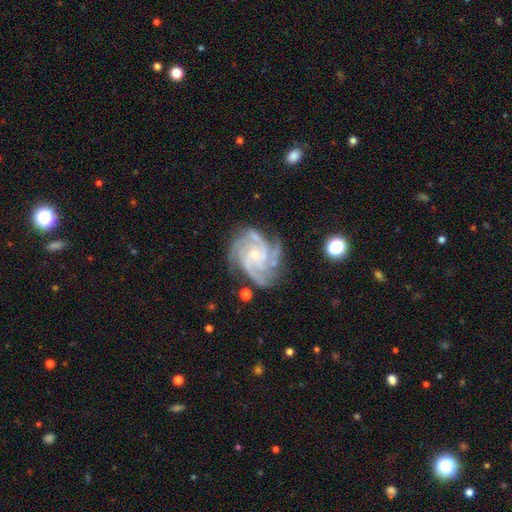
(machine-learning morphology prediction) A featured or disk galaxy (91%) with no bar (71%), 4 (44%) tight (60%) spiral arms (98%) and a small central bulge (74%). Merging: none (71%).